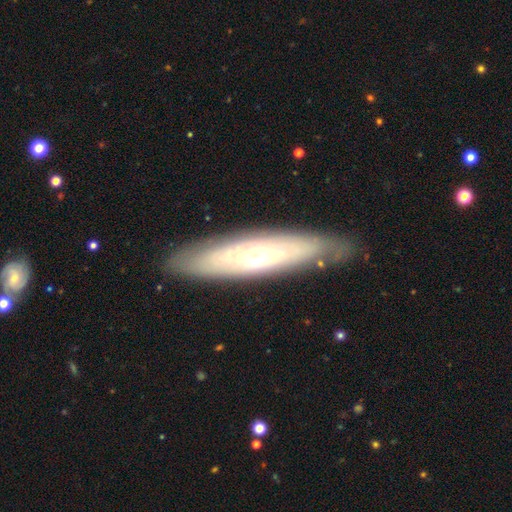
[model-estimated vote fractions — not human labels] smooth-or-featured: featured or disk: 61% | smooth: 32% | star or artifact: 7%
  disk-edge-on: no: 53% | yes: 47%
  merging: none: 82% | minor disturbance: 13% | major disturbance: 4% | merger: 1%